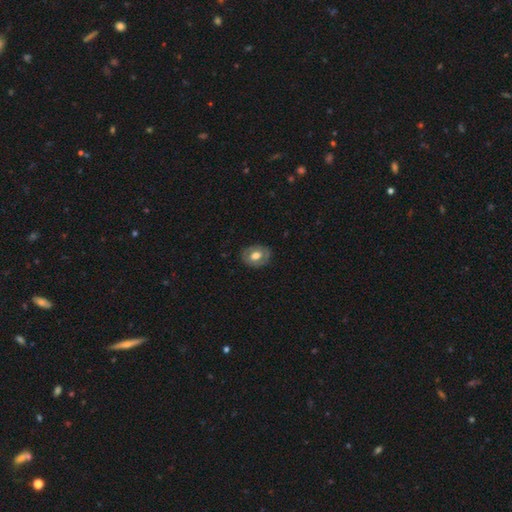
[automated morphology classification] Smooth or featured? smooth (53%)
How rounded? in between (65%)
Merging? none (82%)